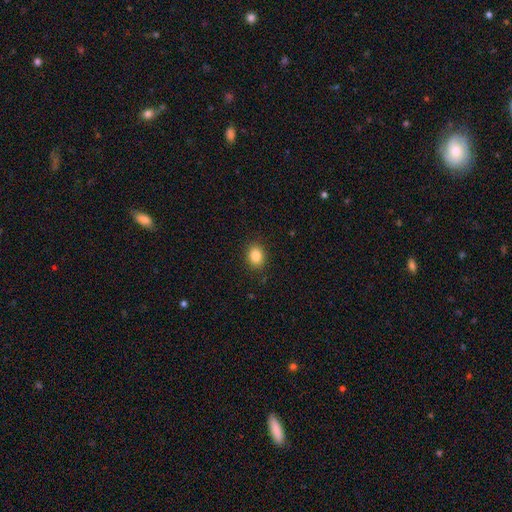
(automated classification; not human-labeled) Smooth or featured? Predicted: smooth (p=0.85). How rounded? Predicted: in between (p=0.51). Merging? Predicted: none (p=0.88).